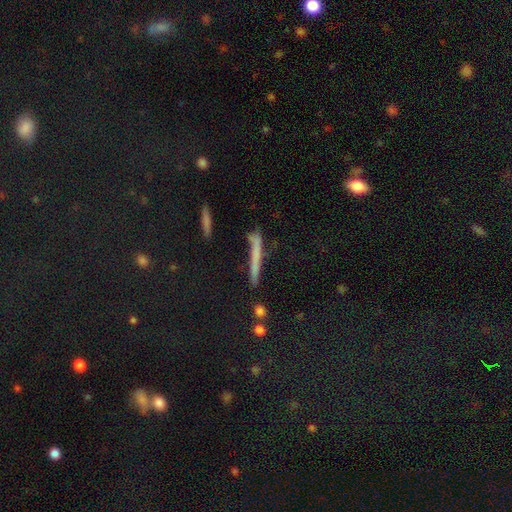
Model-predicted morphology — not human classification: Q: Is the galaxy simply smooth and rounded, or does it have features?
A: smooth — 53%.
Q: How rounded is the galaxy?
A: cigar-shaped — 94%.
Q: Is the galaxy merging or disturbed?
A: none — 77%.